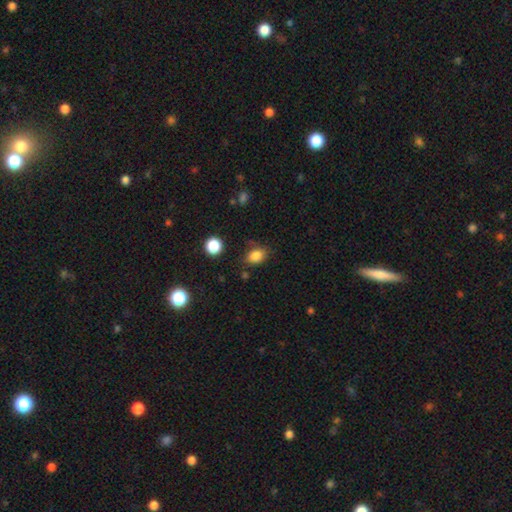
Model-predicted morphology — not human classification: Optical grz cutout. It shows a smooth galaxy with no disk features (84%) that is in between round and cigar-shaped (70%). Merging: none (71%).